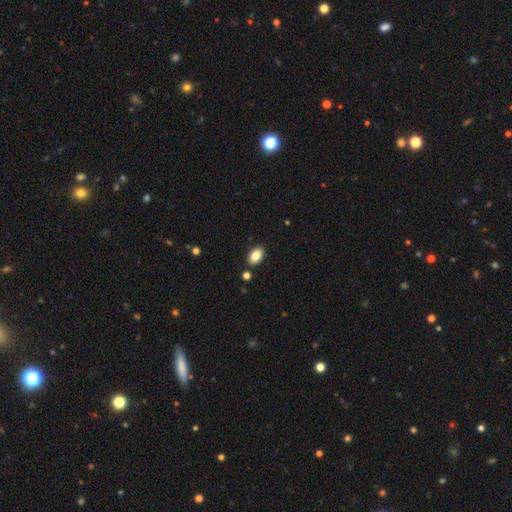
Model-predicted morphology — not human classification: Overall: smooth (82%). How rounded: in between (91%). Merging: none (86%).